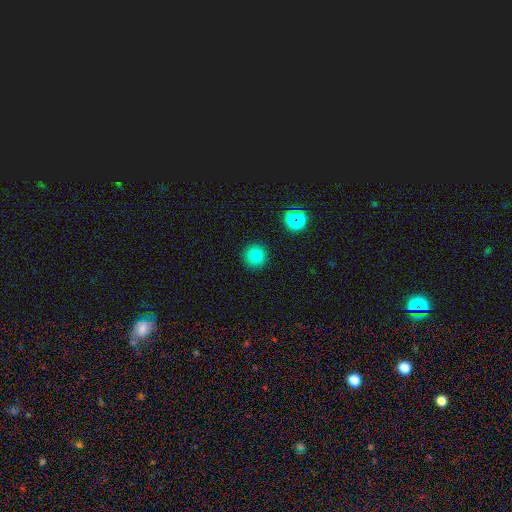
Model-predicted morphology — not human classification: A smooth galaxy with no disk features (80%) that is round (94%). Merging: none (92%).